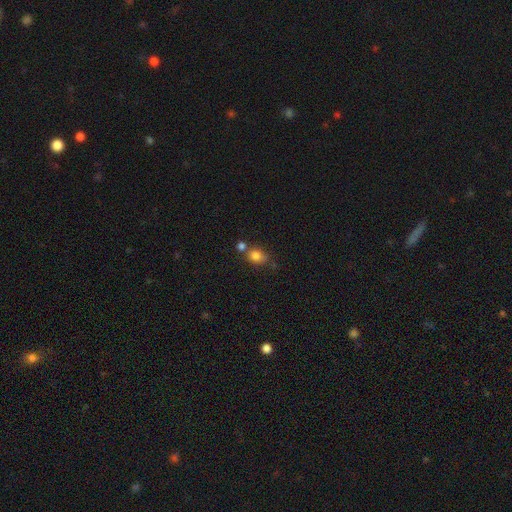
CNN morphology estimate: smooth_or_featured: smooth (p=0.82) [alt: star or artifact p=0.11]
how_rounded: in between (p=0.51) [alt: round p=0.47]
merging: none (p=0.52) [alt: merger p=0.27]